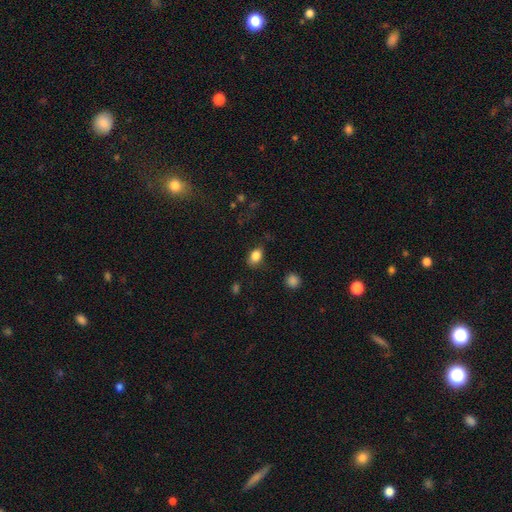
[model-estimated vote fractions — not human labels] Smooth or featured?
  - smooth: 85% *
  - star or artifact: 9%
  - featured or disk: 6%
How rounded?
  - in between: 76% *
  - round: 23%
  - cigar-shaped: 2%
Merging?
  - none: 74% *
  - minor disturbance: 19%
  - major disturbance: 5%
  - merger: 2%